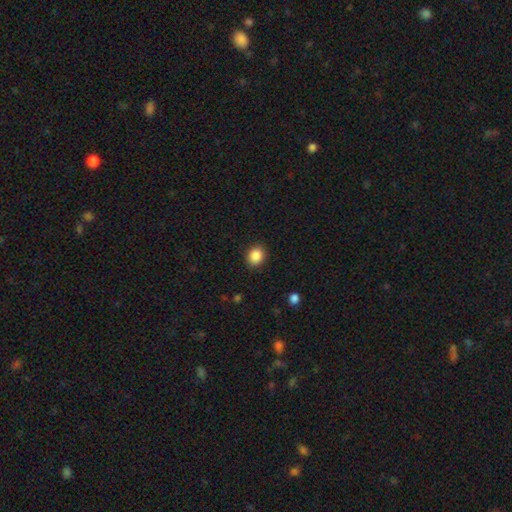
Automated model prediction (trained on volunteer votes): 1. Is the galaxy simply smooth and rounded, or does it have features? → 87% smooth, 9% star or artifact, 3% featured or disk.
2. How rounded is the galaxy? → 69% round, 30% in between, 1% cigar-shaped.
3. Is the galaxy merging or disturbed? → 89% none, 7% minor disturbance, 2% major disturbance, 1% merger.